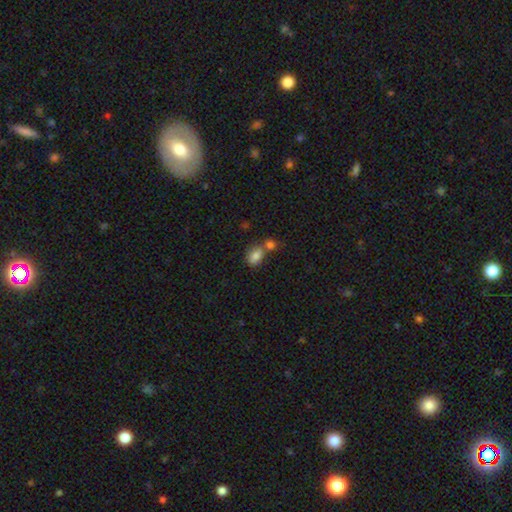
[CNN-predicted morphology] A smooth galaxy with no disk features (82%) that is in between round and cigar-shaped (78%).

Vote fractions:
- Smooth or featured? smooth: 82% / star or artifact: 9% / featured or disk: 9%
- How rounded? in between: 78% / round: 20% / cigar-shaped: 2%
- Merging? merger: 46% / none: 38% / minor disturbance: 11% / major disturbance: 4%